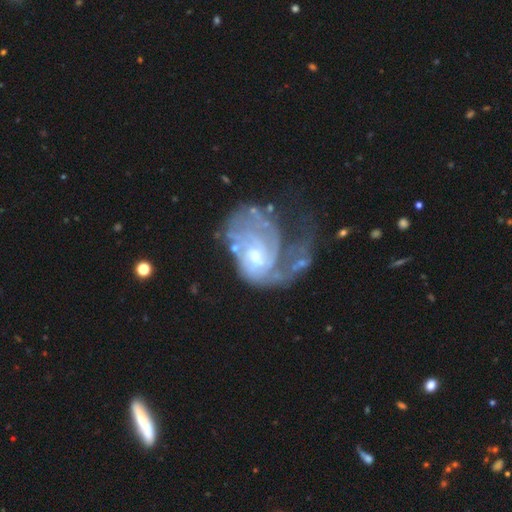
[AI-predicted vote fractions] This appears to be a featured or disk galaxy (82%) with no bar (63%), tight (47%) spiral arms (87%) and a moderate central bulge (50%). Merging: major disturbance (49%).